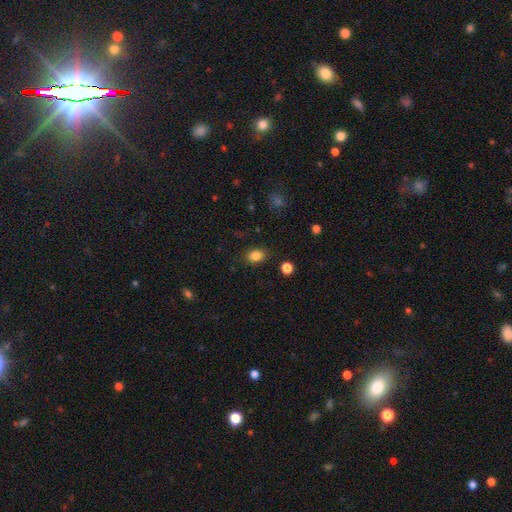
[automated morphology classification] A smooth galaxy with no disk features (83%) that is in between round and cigar-shaped (63%).

Vote fractions:
- Smooth or featured? smooth: 83% / star or artifact: 11% / featured or disk: 6%
- How rounded? in between: 63% / round: 36% / cigar-shaped: 1%
- Merging? none: 84% / minor disturbance: 11% / major disturbance: 3% / merger: 2%